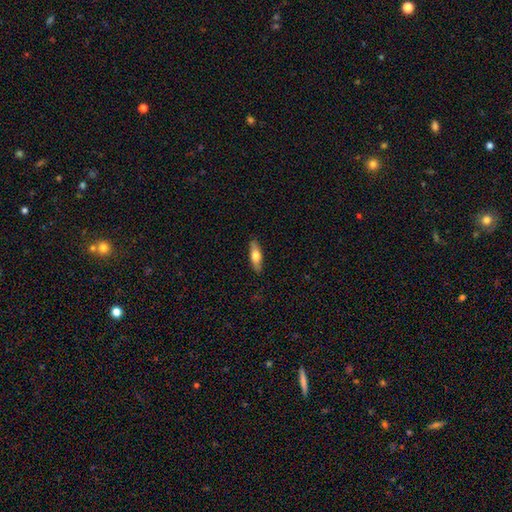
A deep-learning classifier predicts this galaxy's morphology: A smooth galaxy with no disk features (65%) that is in between round and cigar-shaped (53%).

Vote fractions:
- Smooth or featured? smooth: 65% / featured or disk: 29% / star or artifact: 6%
- How rounded? in between: 53% / cigar-shaped: 45% / round: 2%
- Merging? none: 86% / minor disturbance: 11% / major disturbance: 2% / merger: 1%